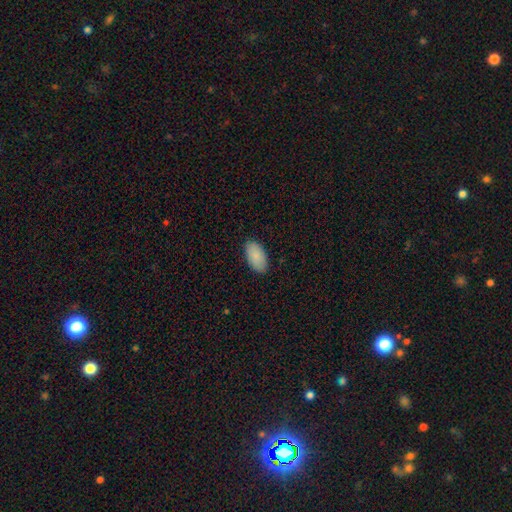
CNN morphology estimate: The model was most divided on "merging": none: 88%, minor disturbance: 9%, major disturbance: 2%, merger: 1%. More confident: how rounded — in between (95%); smooth or featured — smooth (88%).